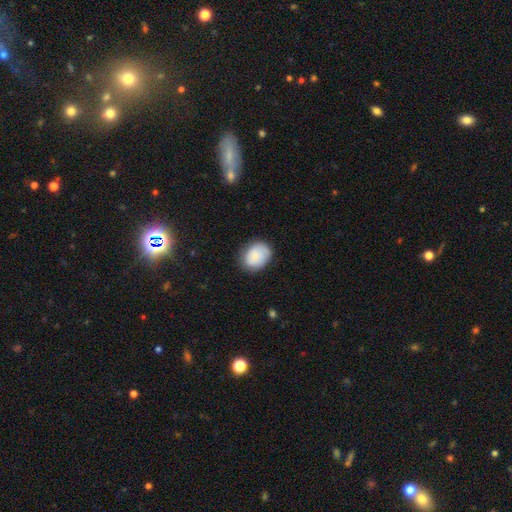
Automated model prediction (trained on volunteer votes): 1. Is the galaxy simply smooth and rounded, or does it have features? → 77% smooth, 16% featured or disk, 7% star or artifact.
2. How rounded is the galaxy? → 59% in between, 40% round, 1% cigar-shaped.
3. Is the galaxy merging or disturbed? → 76% none, 18% minor disturbance, 4% major disturbance, 1% merger.